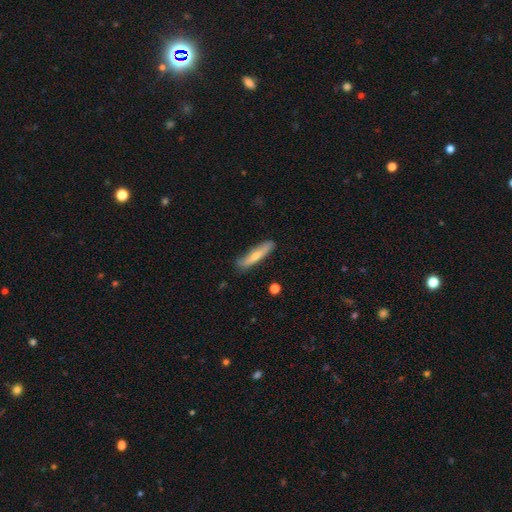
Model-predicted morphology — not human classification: smooth 67%, featured or disk 27%, star or artifact 6%. Down the decision tree: how rounded — cigar-shaped (85%); merging — none (79%).